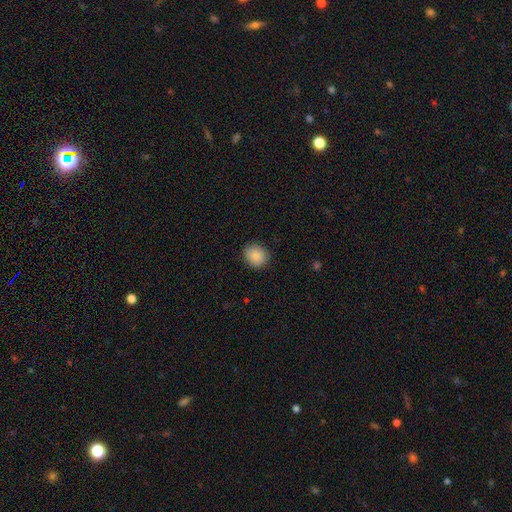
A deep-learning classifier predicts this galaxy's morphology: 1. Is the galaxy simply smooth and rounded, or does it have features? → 87% smooth, 8% star or artifact, 4% featured or disk.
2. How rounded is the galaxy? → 79% round, 20% in between, 1% cigar-shaped.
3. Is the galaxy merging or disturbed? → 89% none, 8% minor disturbance, 2% major disturbance, 1% merger.